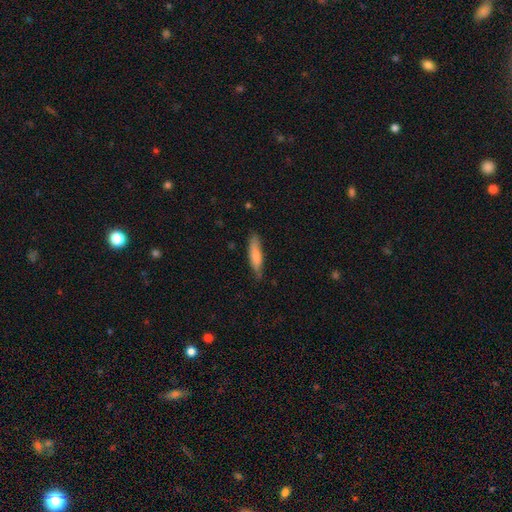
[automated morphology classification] type=smooth (76%); roundness=cigar-shaped (71%); merging=none (76%).